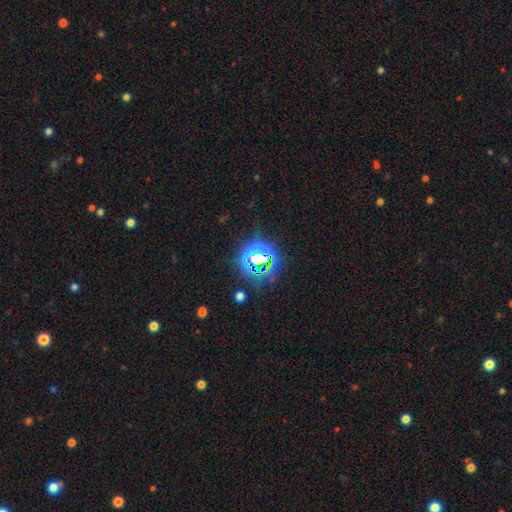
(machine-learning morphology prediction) smooth-or-featured: star or artifact: 73% | smooth: 17% | featured or disk: 10%